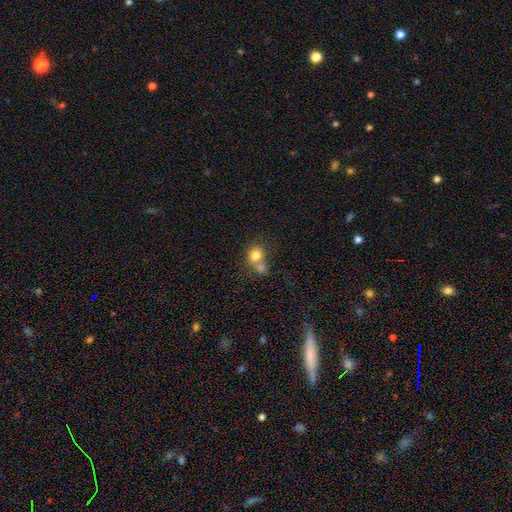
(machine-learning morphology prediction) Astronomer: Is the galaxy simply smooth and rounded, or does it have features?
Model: smooth — 78%.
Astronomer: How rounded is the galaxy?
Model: round — 73%.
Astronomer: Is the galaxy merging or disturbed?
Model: merger — 50% (runner-up: none, 35%).